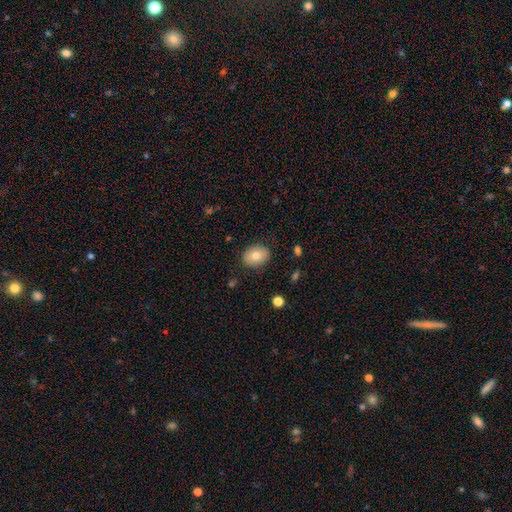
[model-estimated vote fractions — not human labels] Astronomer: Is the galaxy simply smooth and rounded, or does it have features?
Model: smooth — 79%.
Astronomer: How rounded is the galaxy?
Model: in between — 70%.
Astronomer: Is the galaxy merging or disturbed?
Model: none — 86%.